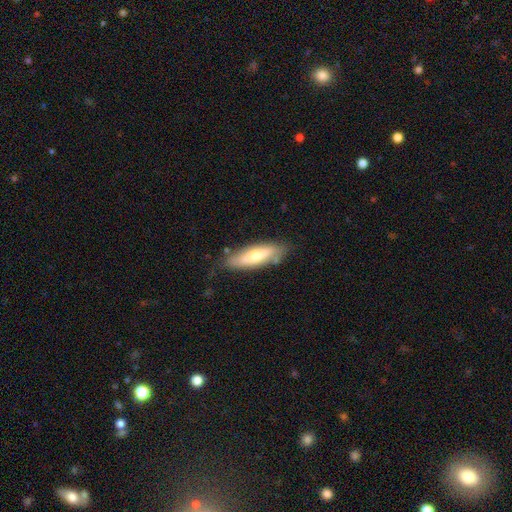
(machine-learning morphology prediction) This appears to be a smooth galaxy with no disk features (57%) that is cigar-shaped (52%). Merging: none (77%).